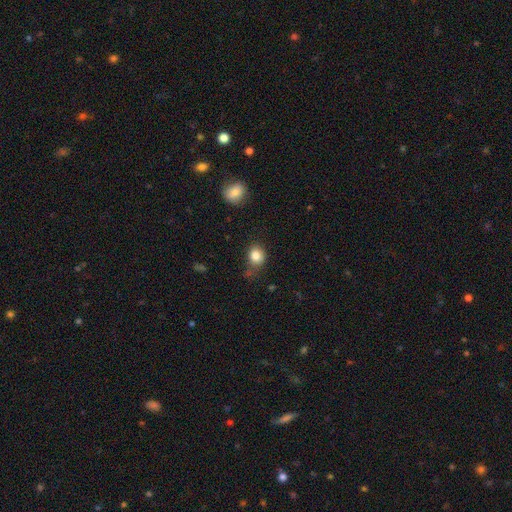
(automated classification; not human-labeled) Overall: smooth (85%). How rounded: round (68%; in between 31%). Merging: none (68%).